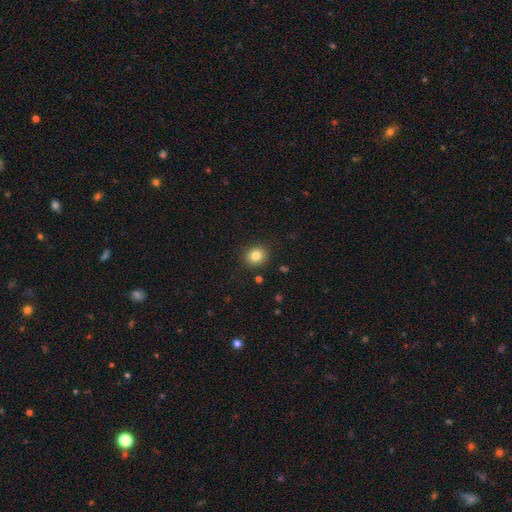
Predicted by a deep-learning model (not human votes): Smooth or featured: smooth — 83% (star or artifact — 11%)
How rounded: round — 83% (in between — 16%)
Merging: none — 90% (minor disturbance — 7%)